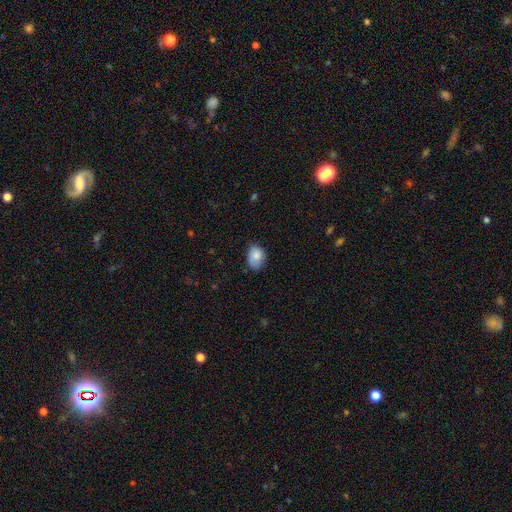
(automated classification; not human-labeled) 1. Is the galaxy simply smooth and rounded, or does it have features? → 82% smooth, 10% featured or disk, 8% star or artifact.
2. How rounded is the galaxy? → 73% in between, 26% round, 1% cigar-shaped.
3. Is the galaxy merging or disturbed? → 57% none, 34% minor disturbance, 7% major disturbance, 2% merger.